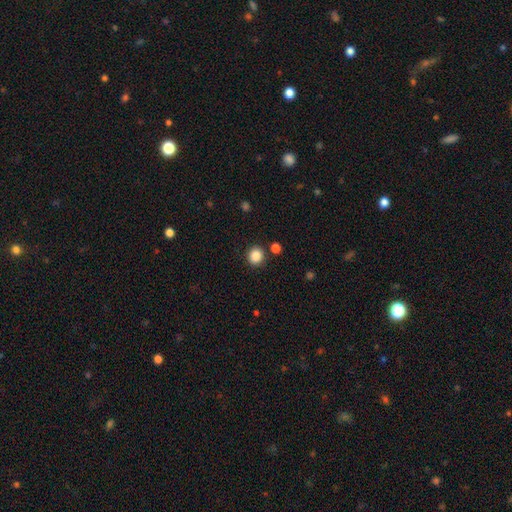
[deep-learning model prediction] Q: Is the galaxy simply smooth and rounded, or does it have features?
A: smooth — 87%.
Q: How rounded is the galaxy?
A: round — 85%.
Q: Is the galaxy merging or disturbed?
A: none — 87%.